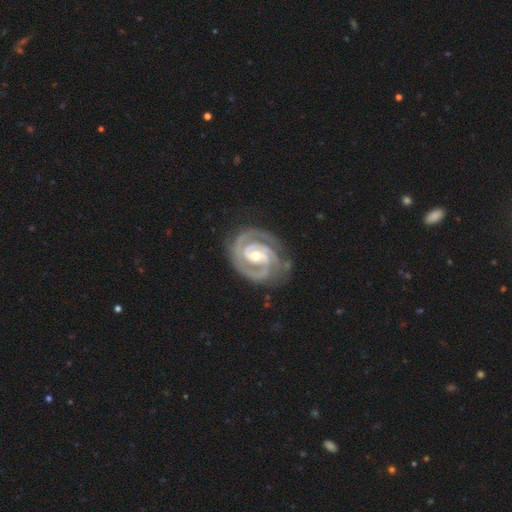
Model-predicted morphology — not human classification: Smooth or featured: featured or disk — 93% (star or artifact — 4%)
Edge-on disk: no — 98% (yes — 2%)
Bar: weak — 39% (no — 31%)
Spiral arms: yes — 98% (no — 2%)
Spiral winding: tight — 72% (medium — 25%)
Spiral arm count: 2 — 73% (3 — 15%)
Bulge size: moderate — 62% (small — 34%)
Merging: none — 76% (minor disturbance — 17%)